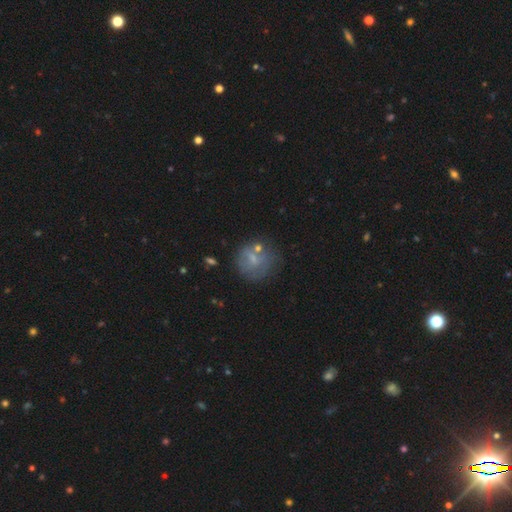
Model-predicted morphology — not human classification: Overall: smooth (51%; featured or disk 32%). How rounded: round (86%). Merging: none (63%).